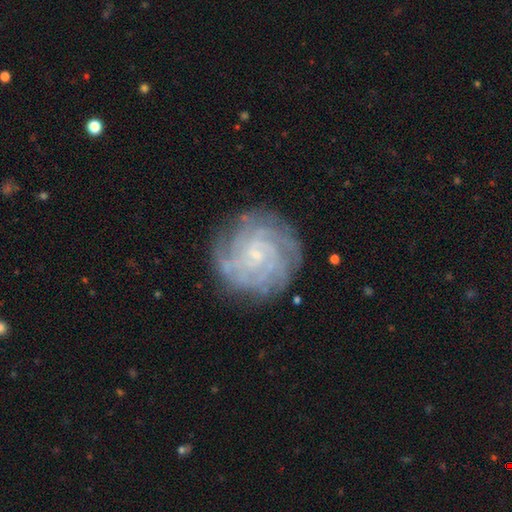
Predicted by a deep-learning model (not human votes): This appears to be a featured or disk galaxy (85%) with no bar (71%), tight (80%) spiral arms (97%) and a small central bulge (84%). Merging: none (82%).